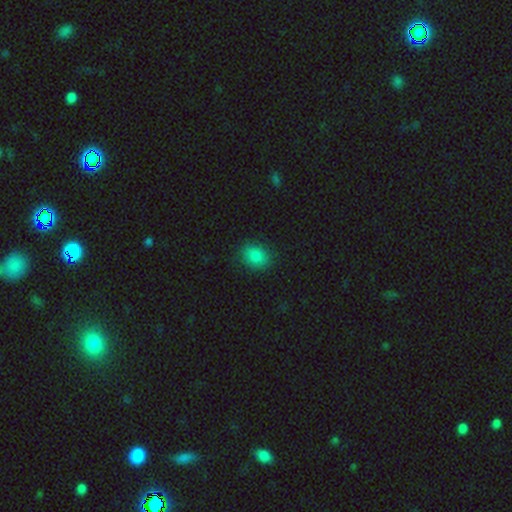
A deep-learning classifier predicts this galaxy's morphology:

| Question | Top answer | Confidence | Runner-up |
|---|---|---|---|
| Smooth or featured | smooth | 85% | star or artifact (11%) |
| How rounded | in between | 51% | round (48%) |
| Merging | none | 86% | minor disturbance (10%) |